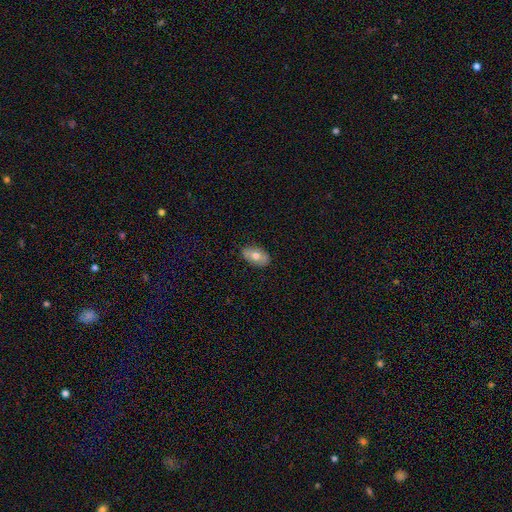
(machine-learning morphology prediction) Smooth or featured: smooth — 67% (featured or disk — 26%)
How rounded: in between — 91% (round — 7%)
Merging: none — 86% (minor disturbance — 11%)